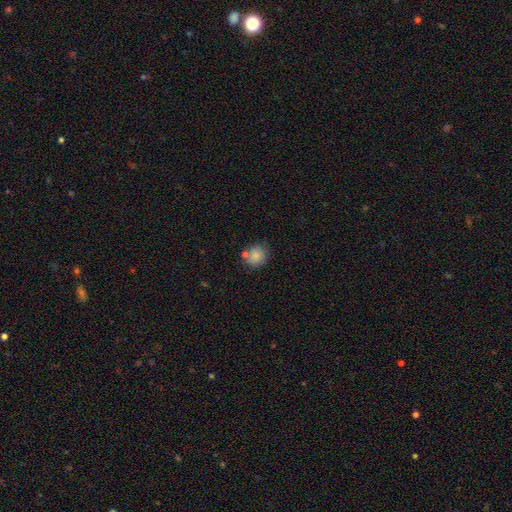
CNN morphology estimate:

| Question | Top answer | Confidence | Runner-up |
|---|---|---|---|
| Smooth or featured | smooth | 83% | star or artifact (9%) |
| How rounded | round | 80% | in between (19%) |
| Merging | none | 68% | minor disturbance (14%) |